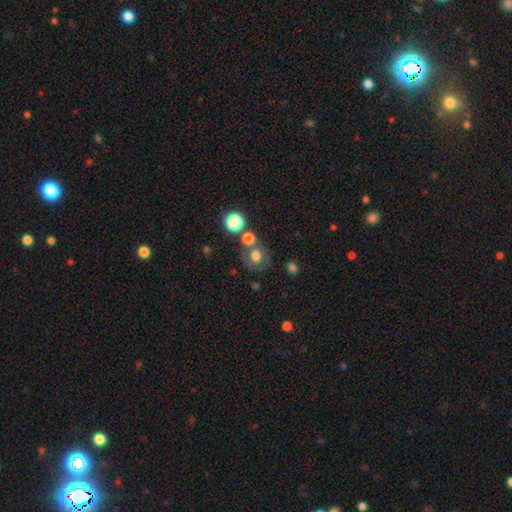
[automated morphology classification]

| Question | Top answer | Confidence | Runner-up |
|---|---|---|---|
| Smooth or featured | smooth | 69% | featured or disk (17%) |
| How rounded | round | 82% | in between (17%) |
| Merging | none | 60% | merger (20%) |